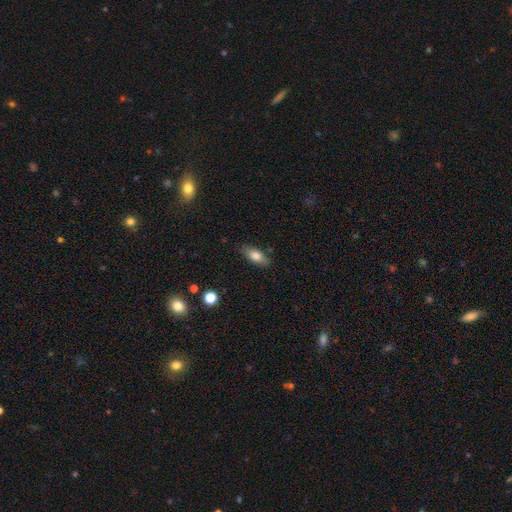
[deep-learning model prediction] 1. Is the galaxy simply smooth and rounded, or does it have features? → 76% smooth, 17% featured or disk, 7% star or artifact.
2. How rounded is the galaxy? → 77% in between, 19% cigar-shaped, 4% round.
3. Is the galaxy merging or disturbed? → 82% none, 14% minor disturbance, 3% major disturbance, 2% merger.